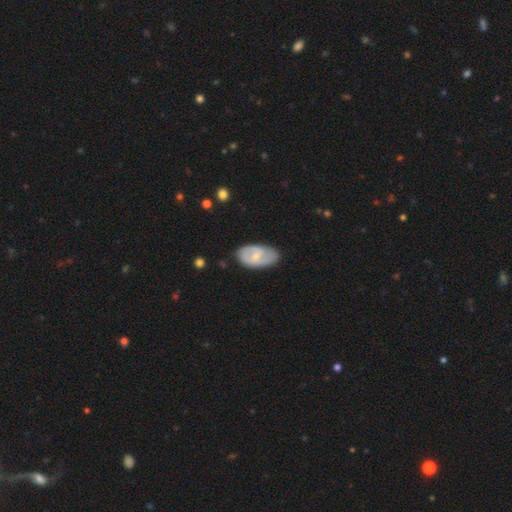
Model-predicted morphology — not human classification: The model was most divided on "bar": weak: 45%, no: 42%, strong: 13%. More confident: edge-on disk — no (94%); merging — none (65%); spiral arms — yes (60%); bulge size — small (60%); smooth or featured — featured or disk (56%).